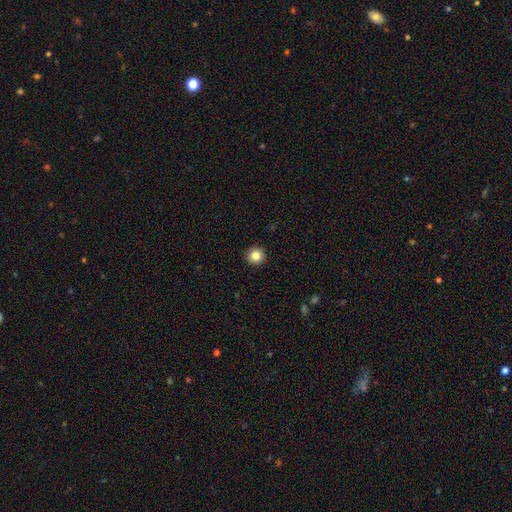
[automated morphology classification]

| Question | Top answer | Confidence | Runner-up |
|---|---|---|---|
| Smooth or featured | smooth | 84% | star or artifact (11%) |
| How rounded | round | 95% | in between (4%) |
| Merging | none | 94% | minor disturbance (4%) |